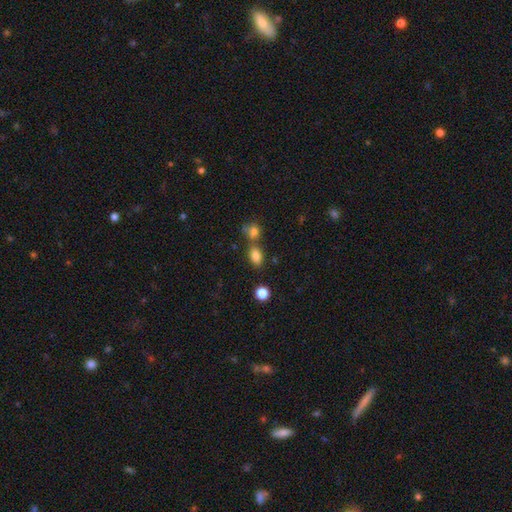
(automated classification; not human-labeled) A smooth galaxy with no disk features (82%) that is in between round and cigar-shaped (79%). Merging: none (60%).